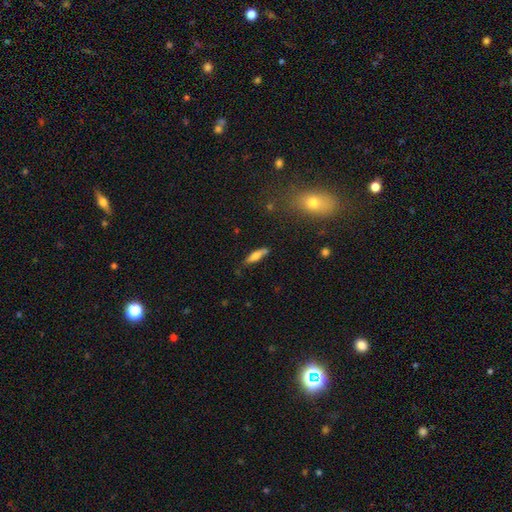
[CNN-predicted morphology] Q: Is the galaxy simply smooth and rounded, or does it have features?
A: smooth — 64%.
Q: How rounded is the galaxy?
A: cigar-shaped — 60%.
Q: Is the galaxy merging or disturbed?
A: none — 74%.